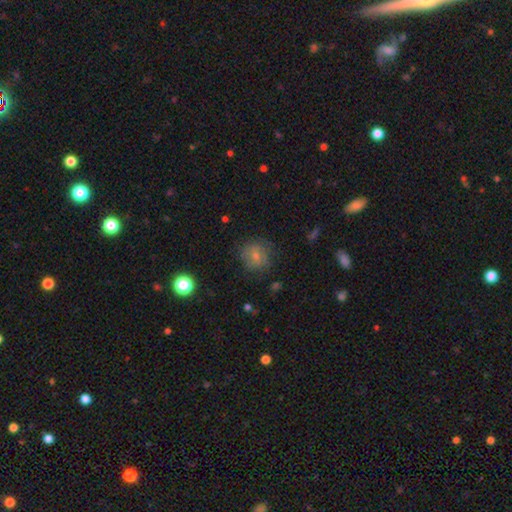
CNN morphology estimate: Smooth or featured?
  - smooth: 58% *
  - featured or disk: 31%
  - star or artifact: 11%
How rounded?
  - round: 83% *
  - in between: 16%
  - cigar-shaped: 1%
Merging?
  - none: 74% *
  - minor disturbance: 18%
  - major disturbance: 7%
  - merger: 1%